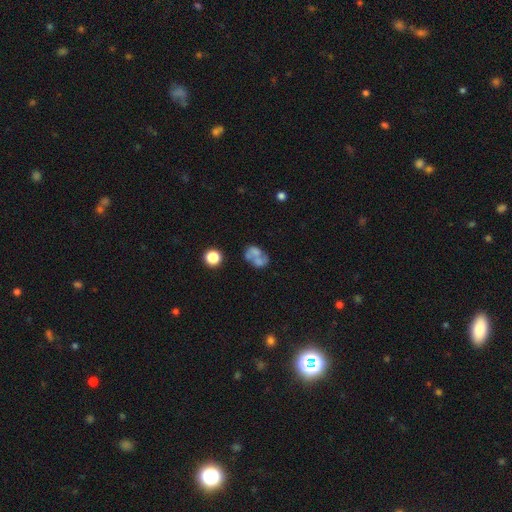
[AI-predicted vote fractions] Smooth or featured: featured or disk — 44% (smooth — 43%)
Merging: merger — 44% (none — 26%)